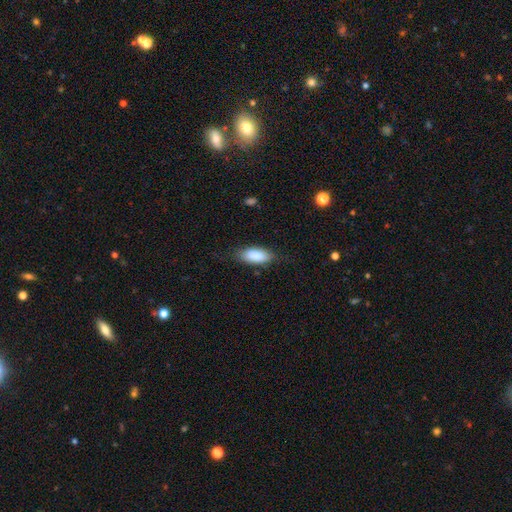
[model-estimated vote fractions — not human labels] smooth-or-featured: smooth: 86% | featured or disk: 8% | star or artifact: 6%
  how-rounded: in between: 86% | cigar-shaped: 12% | round: 2%
  merging: none: 76% | minor disturbance: 18% | major disturbance: 5% | merger: 1%